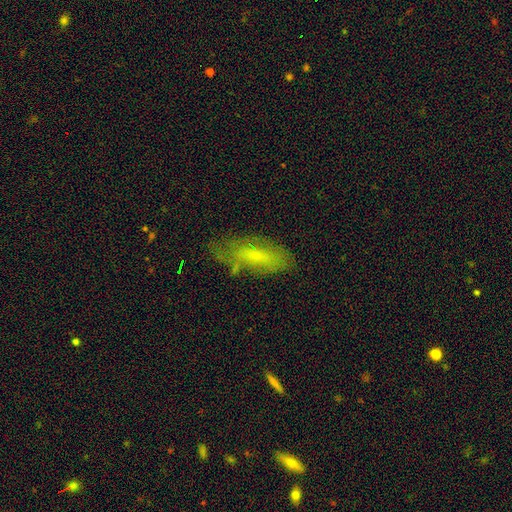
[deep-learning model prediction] Smooth or featured? Predicted: smooth (p=0.56). How rounded? Predicted: in between (p=0.70). Merging? Predicted: none (p=0.61).